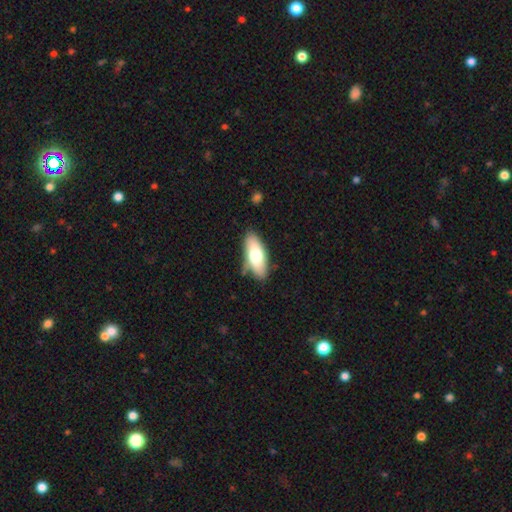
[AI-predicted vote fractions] Morphology: type=smooth (71%); roundness=in between (78%); merging=none (78%).